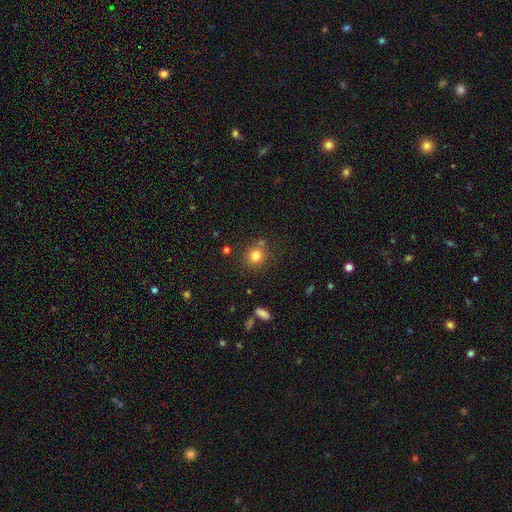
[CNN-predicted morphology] smooth 79%, star or artifact 14%, featured or disk 7%. Down the decision tree: how rounded — round (89%); merging — none (78%).